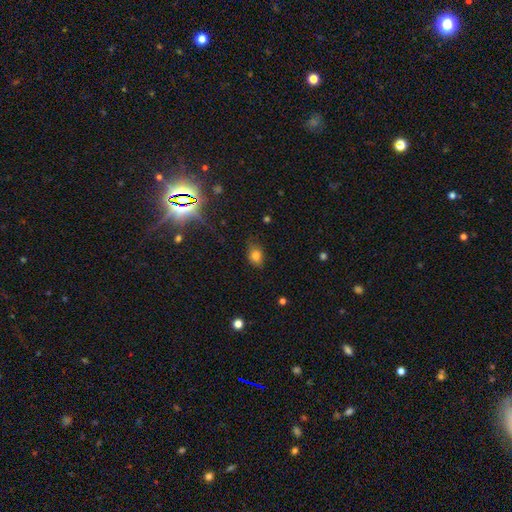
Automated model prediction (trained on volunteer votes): smooth-or-featured: smooth: 77% | star or artifact: 14% | featured or disk: 9%
  how-rounded: in between: 60% | round: 38% | cigar-shaped: 1%
  merging: none: 73% | minor disturbance: 21% | major disturbance: 5% | merger: 2%